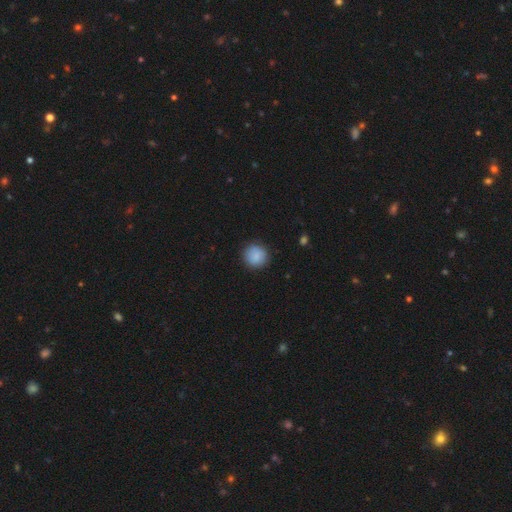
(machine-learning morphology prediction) This appears to be a smooth galaxy with no disk features (87%) that is round (93%). Merging: none (89%).